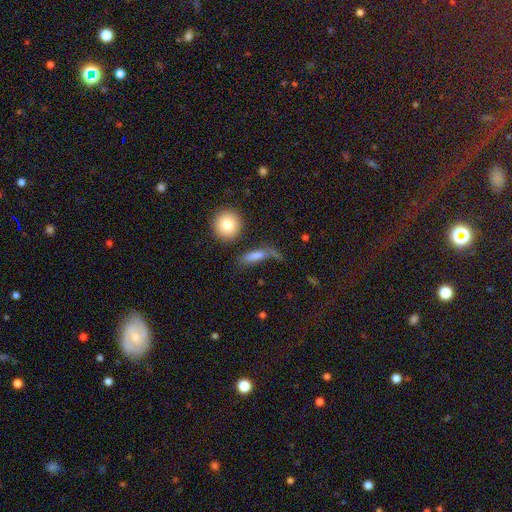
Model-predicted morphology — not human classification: smooth-or-featured: smooth: 70% | featured or disk: 17% | star or artifact: 13%
  how-rounded: cigar-shaped: 45% | in between: 41% | round: 14%
  merging: none: 54% | minor disturbance: 19% | major disturbance: 17% | merger: 10%